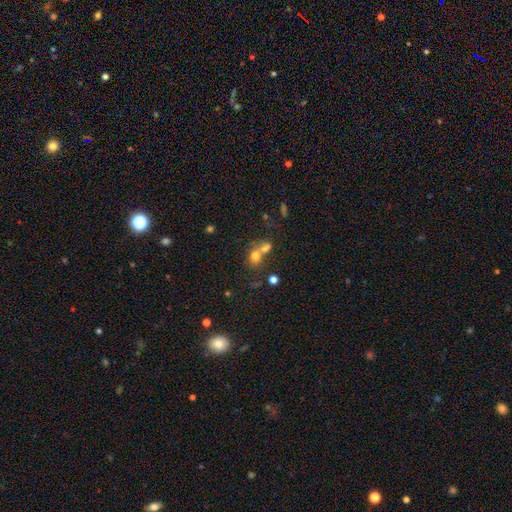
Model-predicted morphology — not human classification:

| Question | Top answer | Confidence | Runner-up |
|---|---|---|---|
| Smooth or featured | smooth | 68% | featured or disk (17%) |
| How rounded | round | 67% | in between (32%) |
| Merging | merger | 58% | none (30%) |